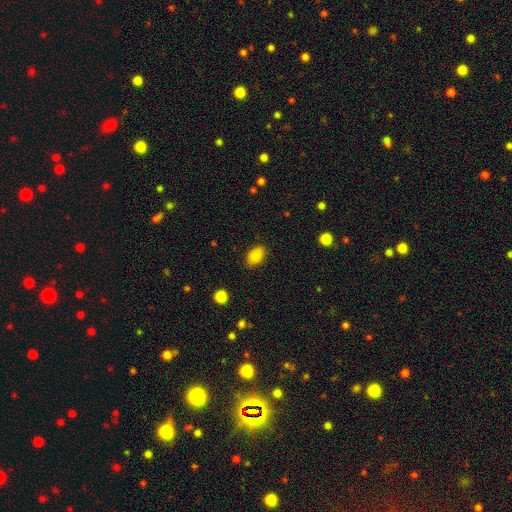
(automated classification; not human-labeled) Smooth or featured? smooth (87%)
How rounded? in between (87%)
Merging? none (86%)